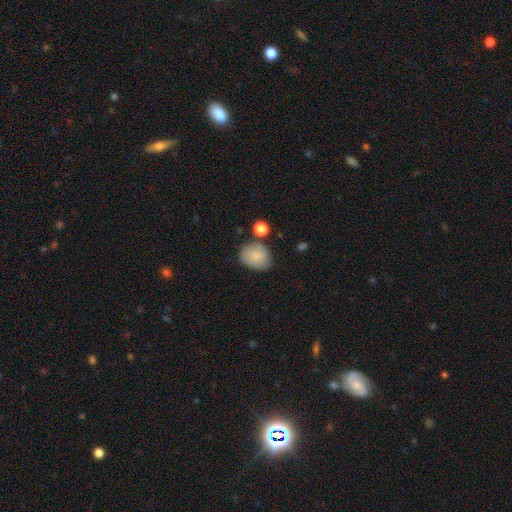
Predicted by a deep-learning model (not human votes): Smooth or featured? smooth (81%)
How rounded? in between (53%)
Merging? none (65%)